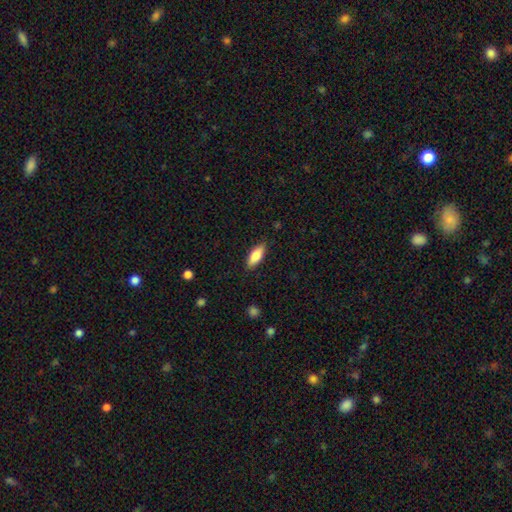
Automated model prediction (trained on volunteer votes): The model was most divided on "how rounded": in between: 72%, cigar-shaped: 26%, round: 2%. More confident: merging — none (86%); smooth or featured — smooth (81%).